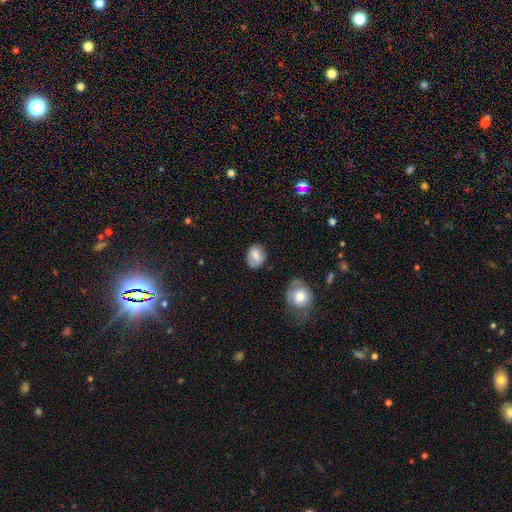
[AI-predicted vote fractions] Smooth or featured? smooth (76%)
How rounded? in between (54%)
Merging? none (74%)